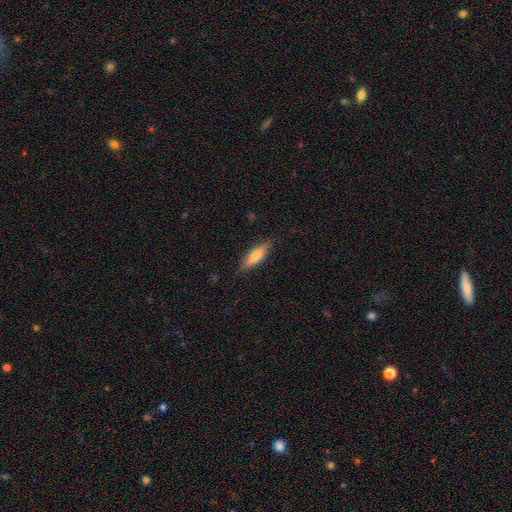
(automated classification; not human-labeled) Smooth or featured? Predicted: smooth (p=0.67). How rounded? Predicted: cigar-shaped (p=0.58). Merging? Predicted: none (p=0.83).